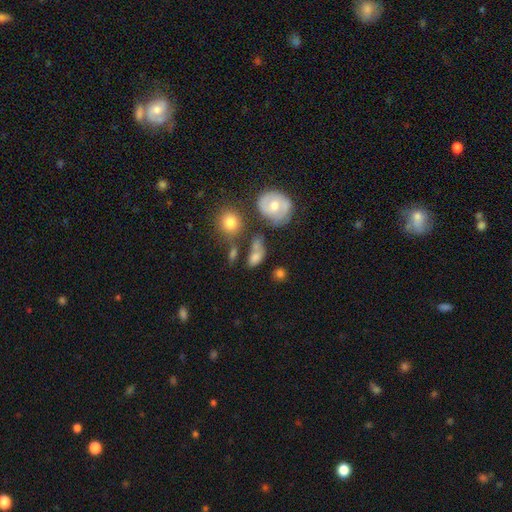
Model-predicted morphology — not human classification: Q: Smooth or featured?
A: smooth (67%); runner-up: featured or disk (22%)
Q: How rounded?
A: in between (76%); runner-up: round (20%)
Q: Merging?
A: none (43%); runner-up: minor disturbance (22%)